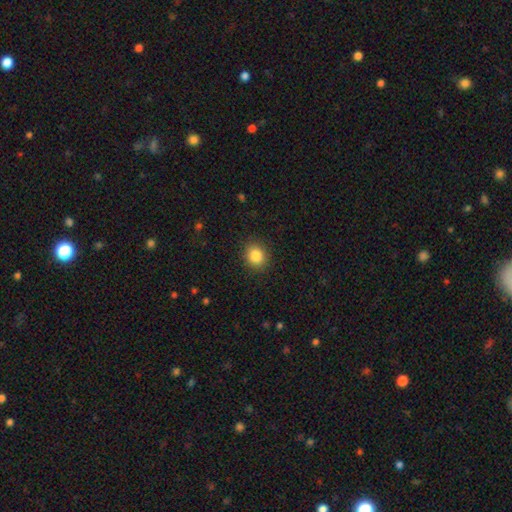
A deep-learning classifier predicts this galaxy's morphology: Q: Smooth or featured?
A: smooth (85%); runner-up: star or artifact (10%)
Q: How rounded?
A: round (75%); runner-up: in between (24%)
Q: Merging?
A: none (89%); runner-up: minor disturbance (7%)